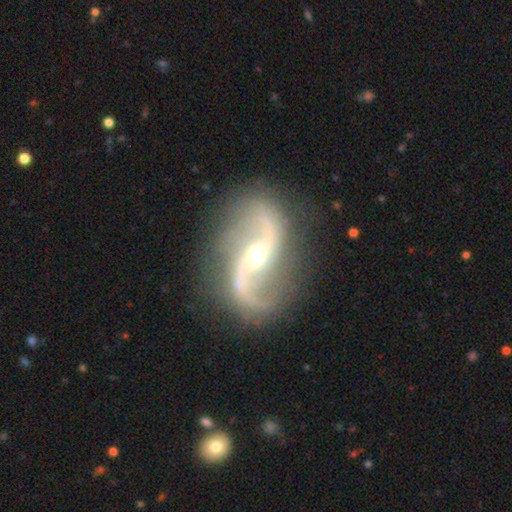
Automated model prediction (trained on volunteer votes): Q: Smooth or featured?
A: featured or disk (92%); runner-up: star or artifact (5%)
Q: Edge-on disk?
A: no (98%); runner-up: yes (2%)
Q: Bar?
A: no (43%); runner-up: weak (32%)
Q: Spiral arms?
A: yes (98%); runner-up: no (2%)
Q: Spiral winding?
A: loose (71%); runner-up: medium (23%)
Q: Spiral arm count?
A: 2 (95%); runner-up: can't tell (1%)
Q: Bulge size?
A: small (56%); runner-up: moderate (40%)
Q: Merging?
A: none (85%); runner-up: minor disturbance (9%)